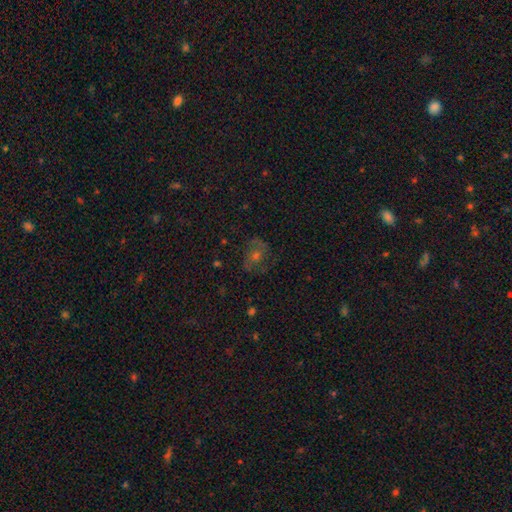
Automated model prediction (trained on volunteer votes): Overall: featured or disk (55%; star or artifact 23%). Edge-on disk: no (96%). Bar: no (67%; weak 27%). Spiral arms: yes (83%). Bulge size: moderate (58%; small 28%). Merging: none (73%).